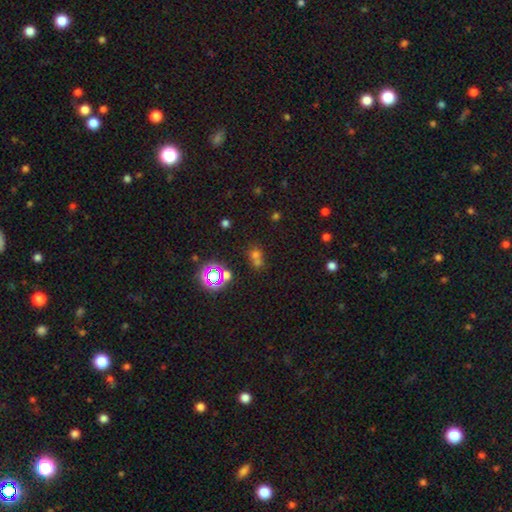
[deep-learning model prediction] Smooth or featured: smooth — 53% (star or artifact — 35%)
How rounded: round — 74% (in between — 24%)
Merging: merger — 45% (none — 43%)